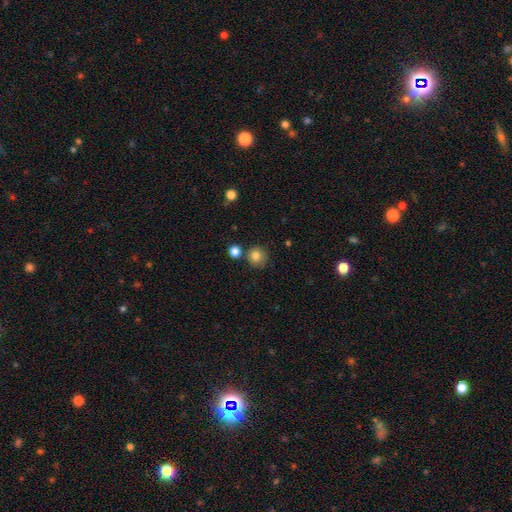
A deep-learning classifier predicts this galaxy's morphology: A smooth galaxy with no disk features (82%) that is round (90%).

Vote fractions:
- Smooth or featured? smooth: 82% / star or artifact: 12% / featured or disk: 7%
- How rounded? round: 90% / in between: 9% / cigar-shaped: 1%
- Merging? none: 76% / merger: 11% / minor disturbance: 11% / major disturbance: 3%